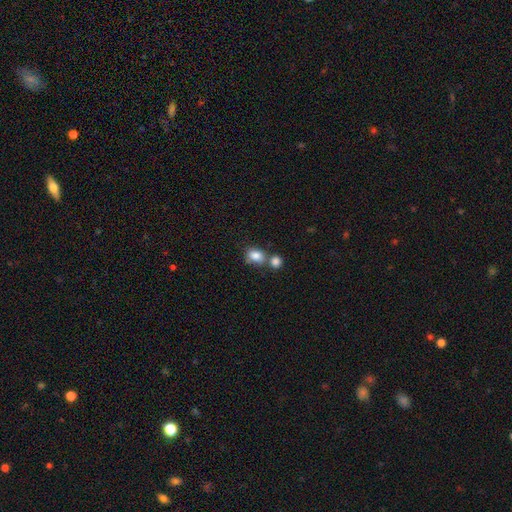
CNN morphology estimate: Overall: smooth (84%). How rounded: in between (60%; round 39%). Merging: none (43%; merger 41%).